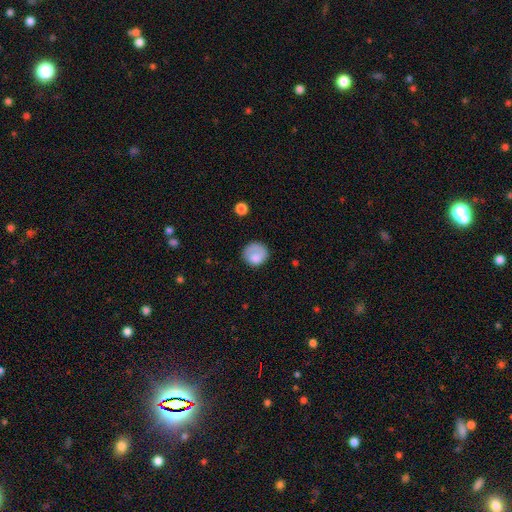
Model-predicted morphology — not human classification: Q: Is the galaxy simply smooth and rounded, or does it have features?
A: smooth — 76%.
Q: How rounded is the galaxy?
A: round — 81%.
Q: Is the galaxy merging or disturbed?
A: none — 65%.